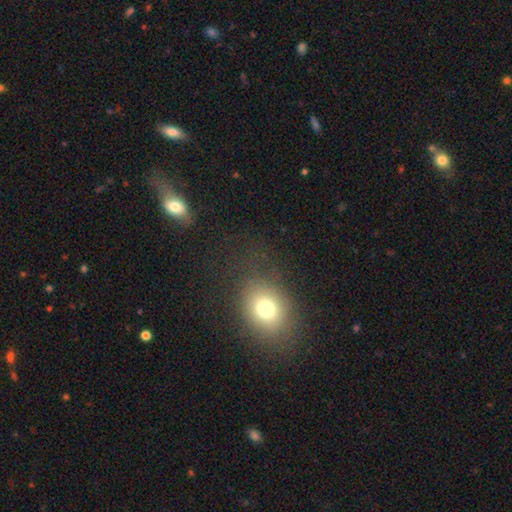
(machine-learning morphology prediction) The model was most divided on "how rounded": in between: 54%, round: 44%, cigar-shaped: 2%. More confident: merging — none (78%); smooth or featured — smooth (68%).